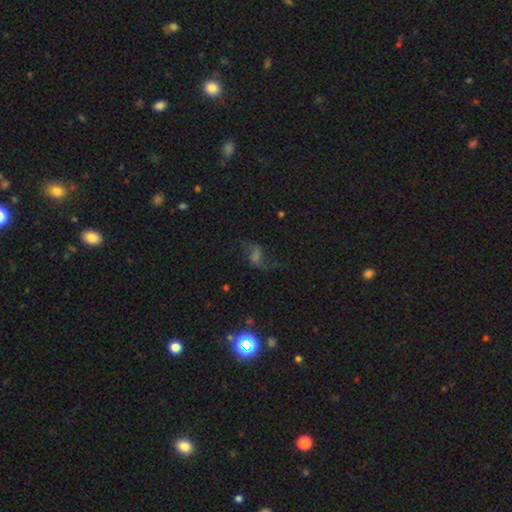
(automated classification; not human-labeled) A featured or disk galaxy (44%).

Vote fractions:
- Smooth or featured? featured or disk: 44% / star or artifact: 28% / smooth: 27%
- Merging? none: 60% / major disturbance: 20% / minor disturbance: 18% / merger: 3%